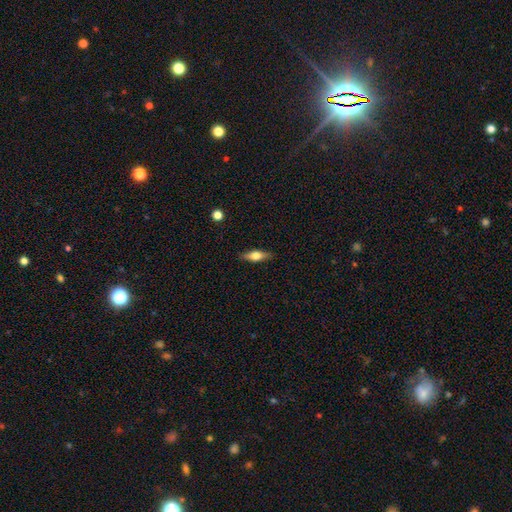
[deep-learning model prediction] Overall: smooth (55%; featured or disk 39%). How rounded: in between (50%; cigar-shaped 46%). Merging: none (87%).